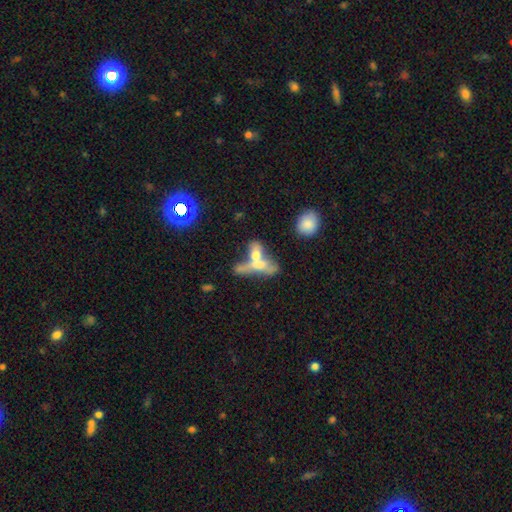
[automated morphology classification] type=smooth (53%); roundness=in between (61%); merging=merger (68%).